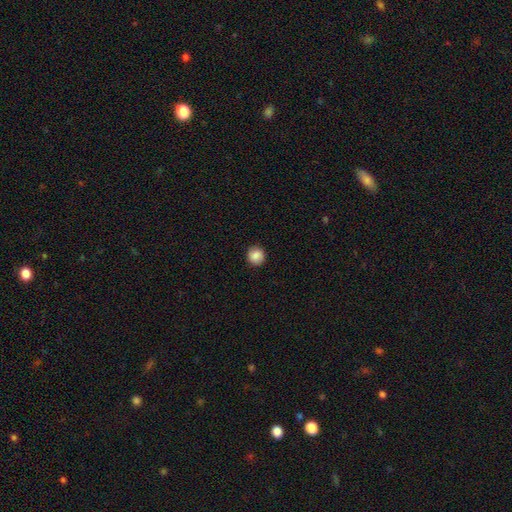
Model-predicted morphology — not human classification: Smooth or featured? smooth (87%)
How rounded? round (91%)
Merging? none (90%)